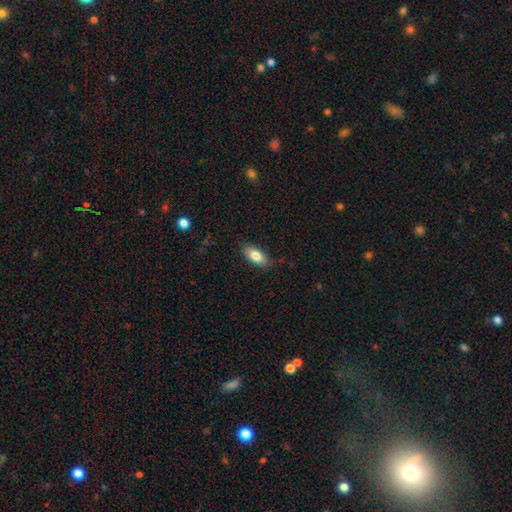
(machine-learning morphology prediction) Smooth or featured?
  - smooth: 81% *
  - featured or disk: 13%
  - star or artifact: 7%
How rounded?
  - in between: 88% *
  - cigar-shaped: 9%
  - round: 3%
Merging?
  - none: 85% *
  - minor disturbance: 12%
  - major disturbance: 2%
  - merger: 1%